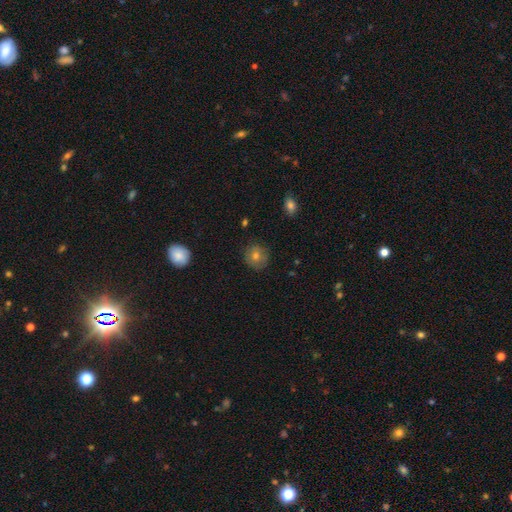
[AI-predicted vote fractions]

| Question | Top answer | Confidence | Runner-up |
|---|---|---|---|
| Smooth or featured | smooth | 69% | featured or disk (17%) |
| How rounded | round | 91% | in between (8%) |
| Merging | none | 86% | minor disturbance (10%) |